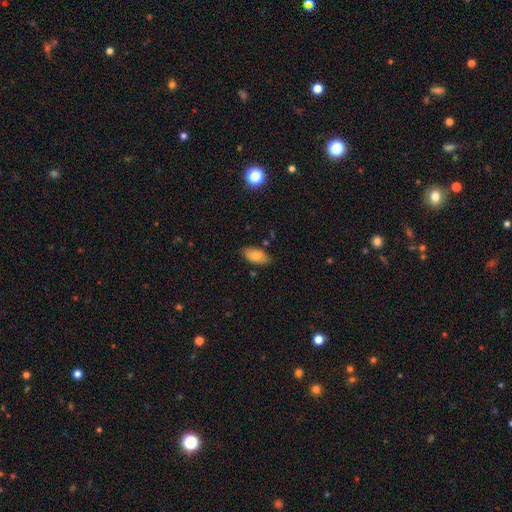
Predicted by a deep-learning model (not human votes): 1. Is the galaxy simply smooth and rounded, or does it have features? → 80% smooth, 13% featured or disk, 7% star or artifact.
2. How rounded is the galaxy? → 93% in between, 4% cigar-shaped, 3% round.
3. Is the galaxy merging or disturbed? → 82% none, 13% minor disturbance, 2% major disturbance, 2% merger.